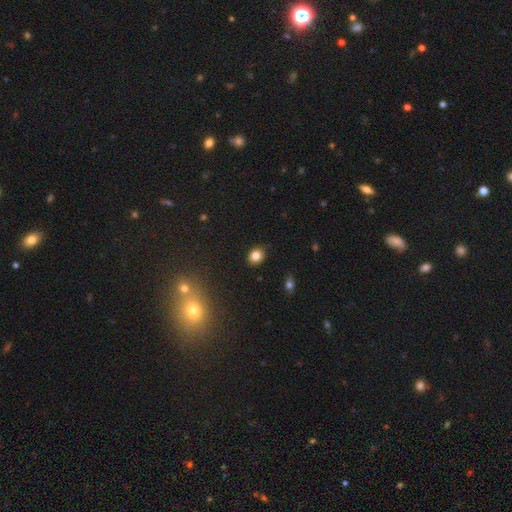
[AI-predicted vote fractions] smooth 82%, star or artifact 12%, featured or disk 6%. Down the decision tree: how rounded — round (59%); merging — none (88%).